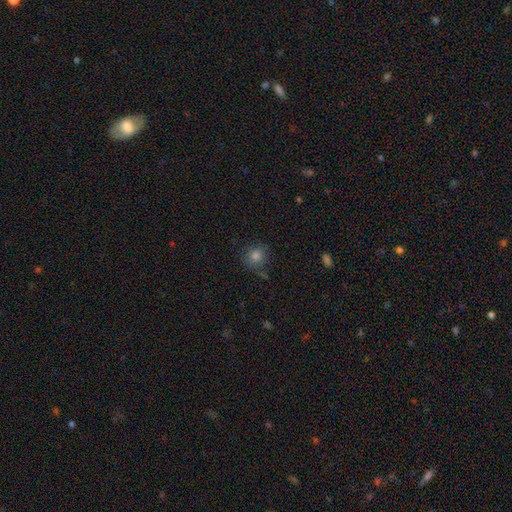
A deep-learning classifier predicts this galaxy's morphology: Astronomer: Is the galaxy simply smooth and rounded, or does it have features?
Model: smooth — 74%.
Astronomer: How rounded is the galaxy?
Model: round — 88%.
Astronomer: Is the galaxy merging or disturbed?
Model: none — 79%.